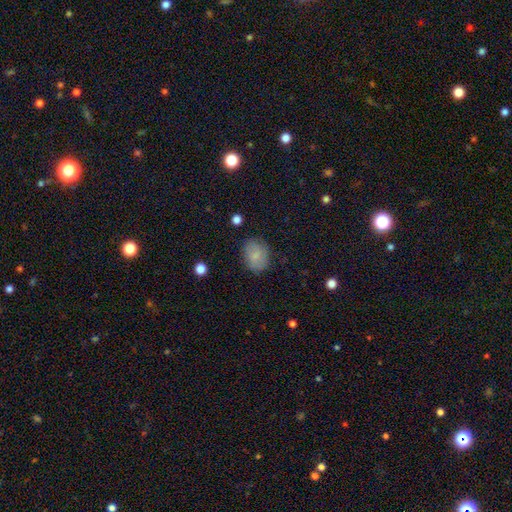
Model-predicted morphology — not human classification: A smooth galaxy with no disk features (79%) that is in between round and cigar-shaped (58%). Merging: none (80%).